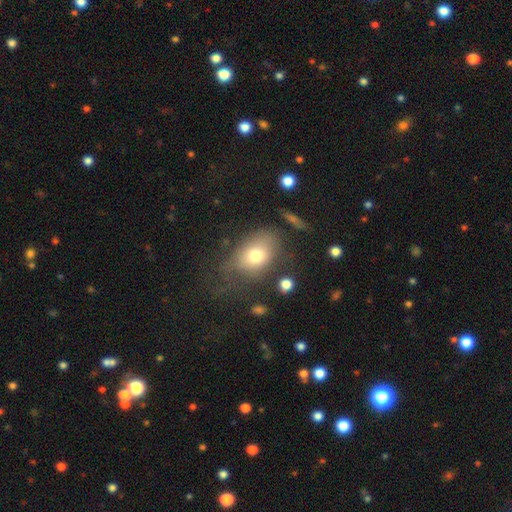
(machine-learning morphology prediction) Q: Smooth or featured?
A: smooth (72%); runner-up: featured or disk (18%)
Q: How rounded?
A: in between (71%); runner-up: round (27%)
Q: Merging?
A: none (46%); runner-up: major disturbance (26%)